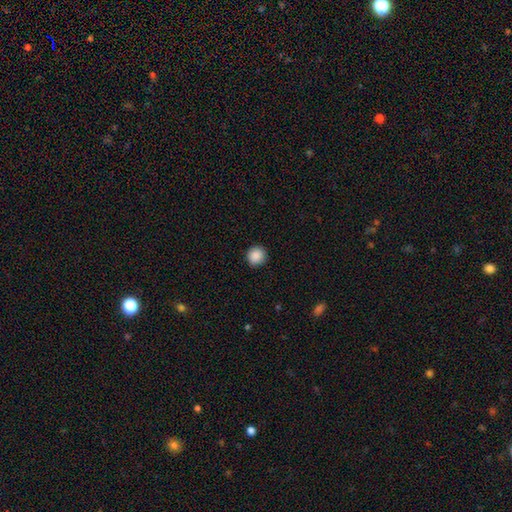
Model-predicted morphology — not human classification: This appears to be a smooth galaxy with no disk features (89%) that is round (93%). Merging: none (92%).